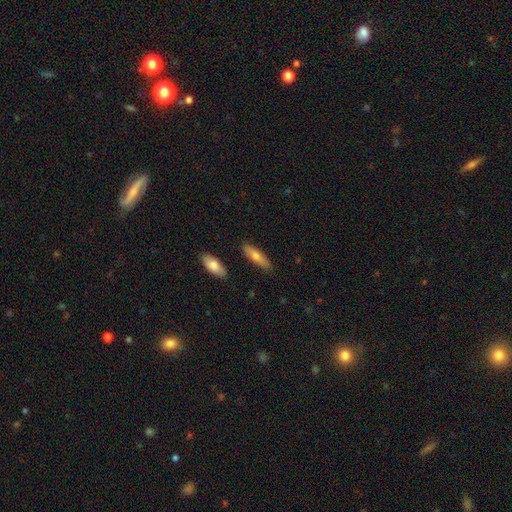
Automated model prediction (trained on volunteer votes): Morphology: type=smooth (70%); roundness=cigar-shaped (58%); merging=none (86%).